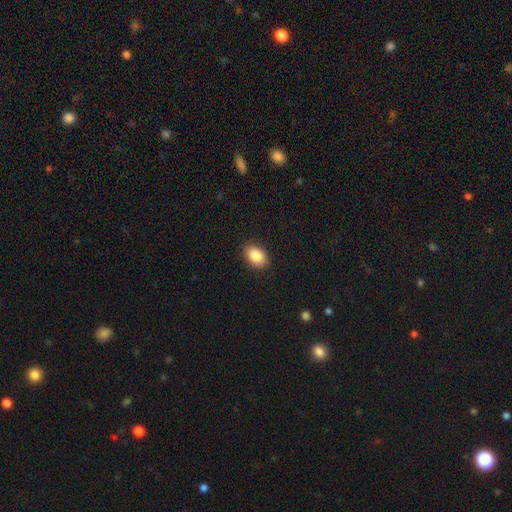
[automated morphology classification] Q: Smooth or featured?
A: smooth (87%); runner-up: star or artifact (8%)
Q: How rounded?
A: in between (86%); runner-up: round (13%)
Q: Merging?
A: none (89%); runner-up: minor disturbance (8%)